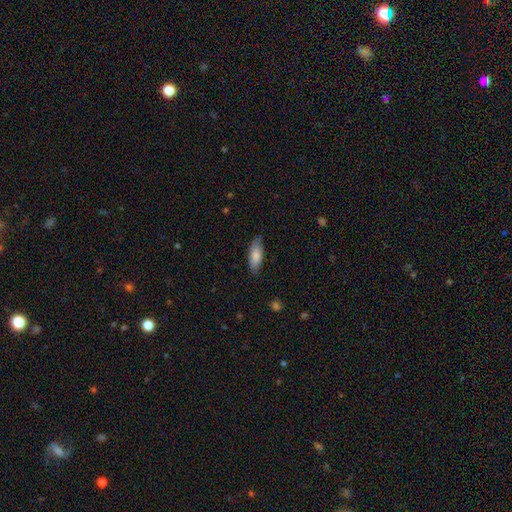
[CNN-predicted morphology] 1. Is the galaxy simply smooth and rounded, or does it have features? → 81% smooth, 14% featured or disk, 6% star or artifact.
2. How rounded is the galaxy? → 72% in between, 26% cigar-shaped, 2% round.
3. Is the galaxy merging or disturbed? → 77% none, 19% minor disturbance, 3% major disturbance, 1% merger.